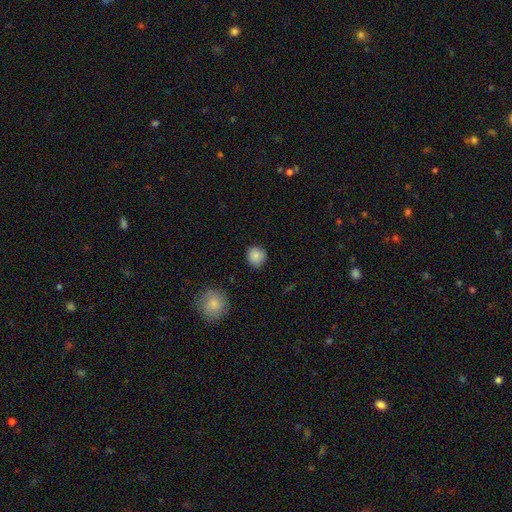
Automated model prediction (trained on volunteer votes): This appears to be a smooth galaxy with no disk features (86%) that is round (89%). Merging: none (85%).